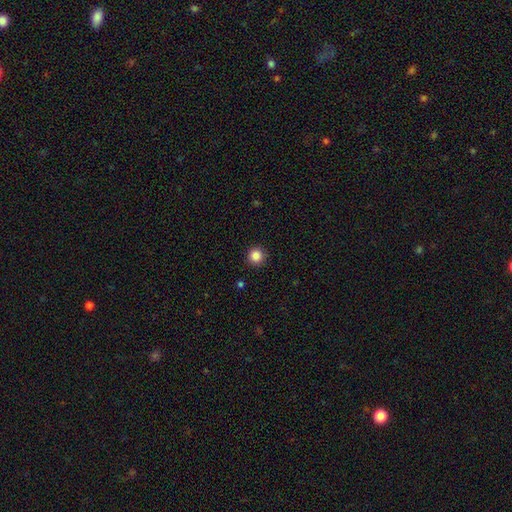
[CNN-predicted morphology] smooth_or_featured: smooth (p=0.85) [alt: star or artifact p=0.11]
how_rounded: round (p=0.96) [alt: in between p=0.03]
merging: none (p=0.92) [alt: minor disturbance p=0.05]